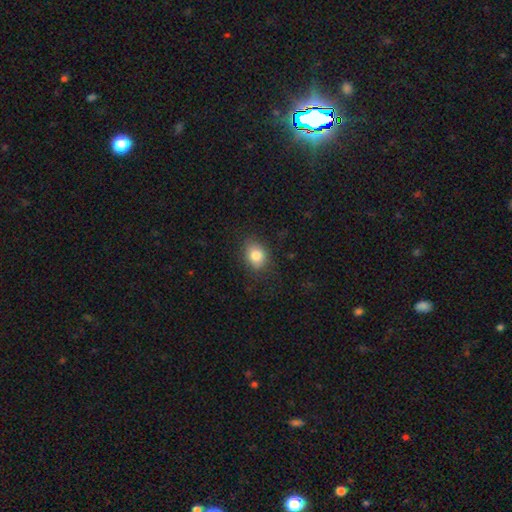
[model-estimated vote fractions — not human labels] This appears to be a smooth galaxy with no disk features (82%) that is in between round and cigar-shaped (58%). Merging: none (79%).